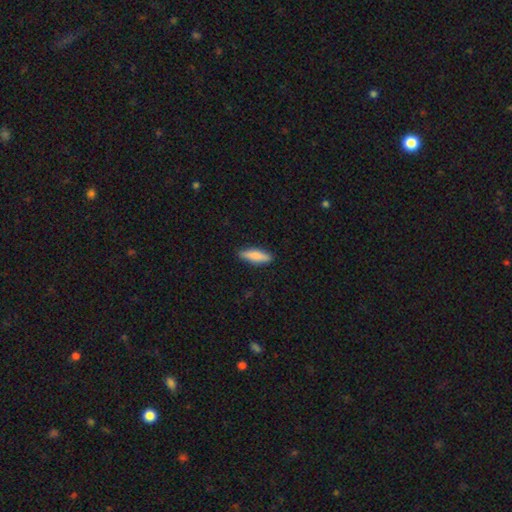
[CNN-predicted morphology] Smooth or featured? smooth (77%)
How rounded? cigar-shaped (64%)
Merging? none (89%)